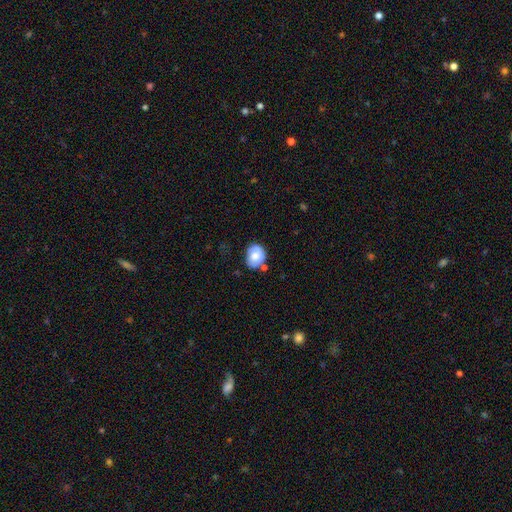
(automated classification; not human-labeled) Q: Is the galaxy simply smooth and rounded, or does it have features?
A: smooth — 60%.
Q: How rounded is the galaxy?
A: round — 50%.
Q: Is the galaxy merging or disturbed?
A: none — 60%.